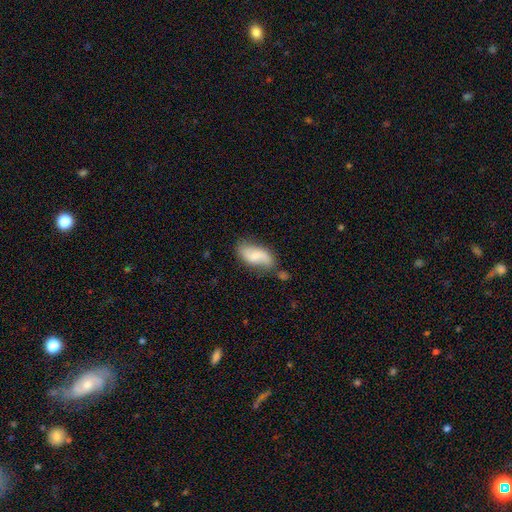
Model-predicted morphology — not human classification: The model was most divided on "smooth or featured": smooth: 58%, featured or disk: 35%, star or artifact: 7%. More confident: how rounded — in between (89%); merging — none (55%).